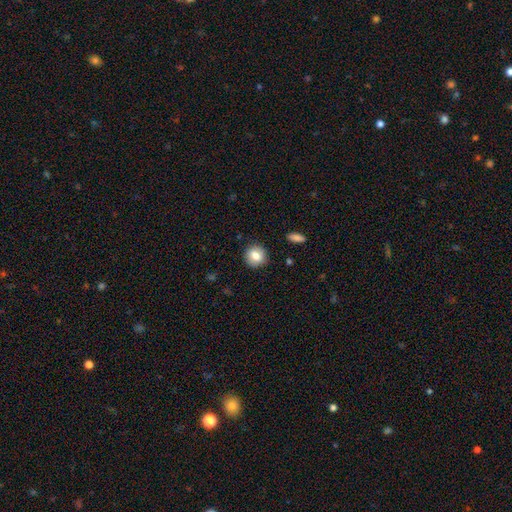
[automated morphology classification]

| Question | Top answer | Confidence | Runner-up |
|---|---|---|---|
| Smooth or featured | smooth | 80% | featured or disk (12%) |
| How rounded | round | 87% | in between (12%) |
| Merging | none | 89% | minor disturbance (8%) |